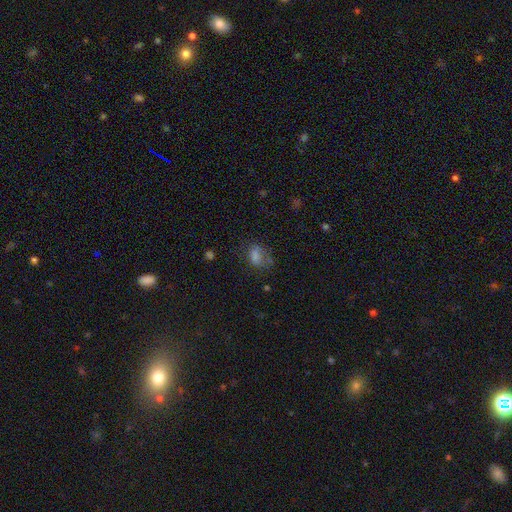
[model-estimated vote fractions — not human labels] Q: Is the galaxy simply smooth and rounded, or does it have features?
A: smooth — 65%.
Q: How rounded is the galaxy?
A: in between — 73%.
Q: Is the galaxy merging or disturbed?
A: none — 54%.